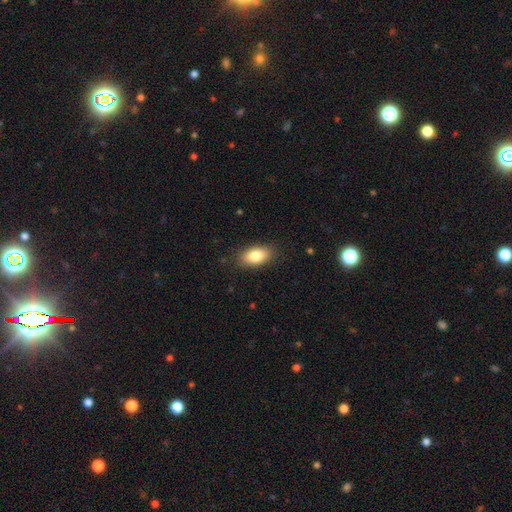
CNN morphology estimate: Overall: smooth (83%). How rounded: in between (91%). Merging: none (87%).